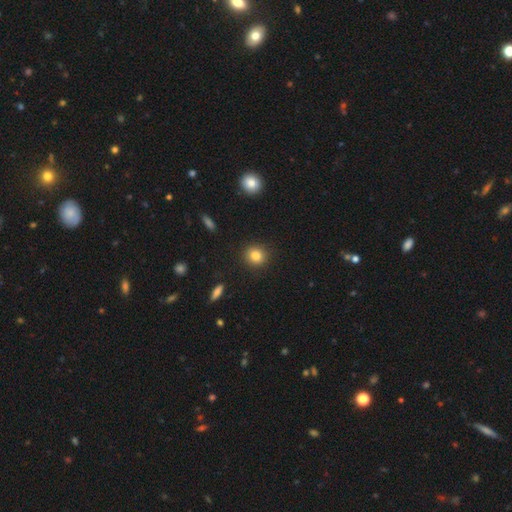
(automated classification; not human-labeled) A smooth galaxy with no disk features (84%) that is round (85%).

Vote fractions:
- Smooth or featured? smooth: 84% / star or artifact: 10% / featured or disk: 6%
- How rounded? round: 85% / in between: 14% / cigar-shaped: 1%
- Merging? none: 90% / minor disturbance: 7% / major disturbance: 2% / merger: 1%